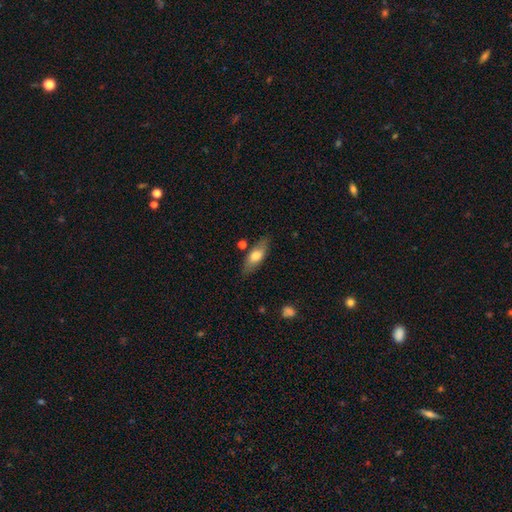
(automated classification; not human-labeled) Q: Smooth or featured?
A: smooth (66%); runner-up: featured or disk (27%)
Q: How rounded?
A: in between (68%); runner-up: cigar-shaped (29%)
Q: Merging?
A: none (80%); runner-up: minor disturbance (13%)